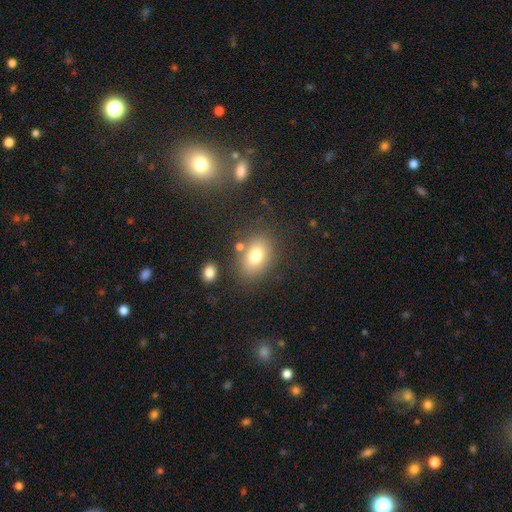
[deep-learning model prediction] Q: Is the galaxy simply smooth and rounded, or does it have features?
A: smooth — 75%.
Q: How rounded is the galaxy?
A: in between — 71%.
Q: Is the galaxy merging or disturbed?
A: none — 75%.